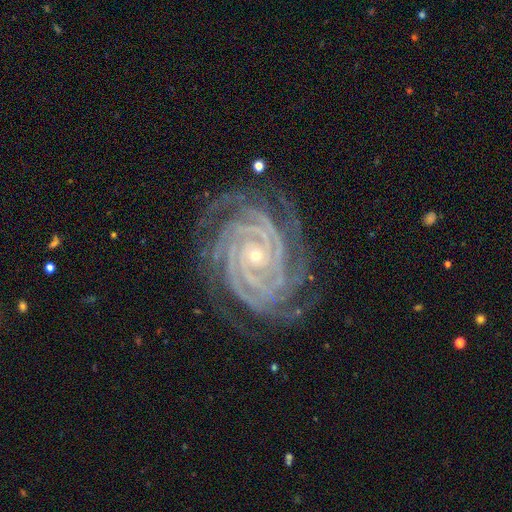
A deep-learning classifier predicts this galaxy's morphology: A featured or disk galaxy (94%) with no bar (73%), 4 (28%) tight (86%) spiral arms (99%) and a small central bulge (82%). Merging: none (77%).